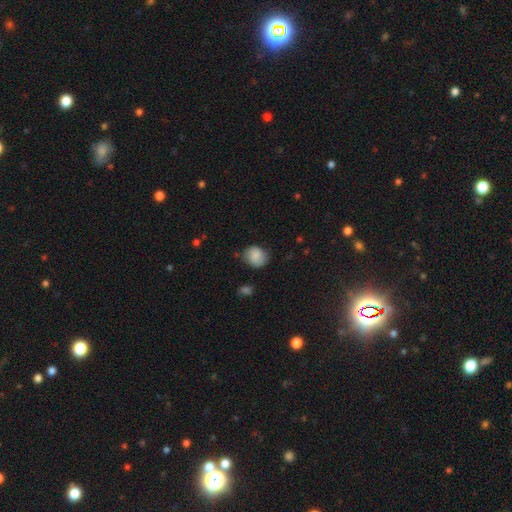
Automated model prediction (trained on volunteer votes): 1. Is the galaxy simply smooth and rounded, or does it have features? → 74% smooth, 17% featured or disk, 8% star or artifact.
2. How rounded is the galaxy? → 69% round, 30% in between, 1% cigar-shaped.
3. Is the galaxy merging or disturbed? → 64% none, 27% minor disturbance, 7% major disturbance, 2% merger.